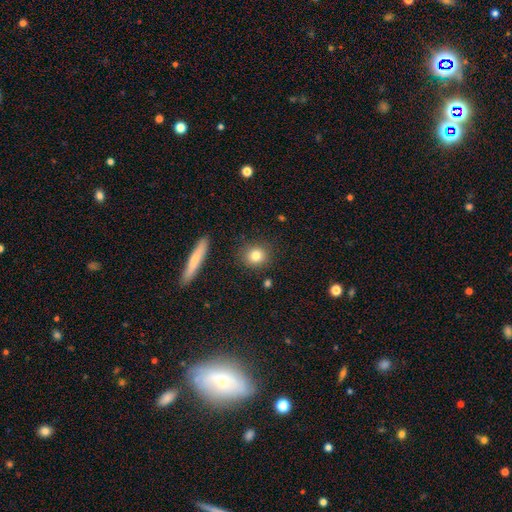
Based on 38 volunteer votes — Smooth or featured? 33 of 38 (87%) said smooth. How rounded? 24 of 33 (73%) said round. Merging? 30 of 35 (86%) said none.